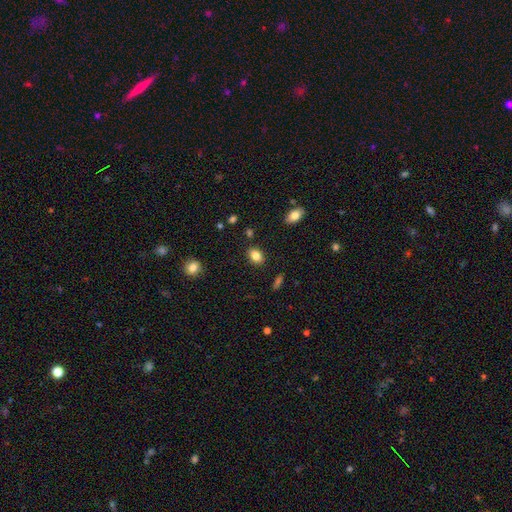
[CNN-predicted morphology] smooth 84%, star or artifact 9%, featured or disk 7%. Down the decision tree: how rounded — in between (77%); merging — none (86%).